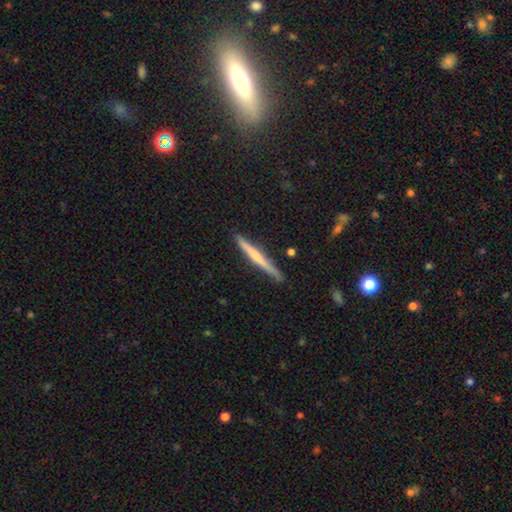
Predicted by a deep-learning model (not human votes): This appears to be a featured or disk galaxy (51%) viewed edge-on (97%). Merging: none (88%).